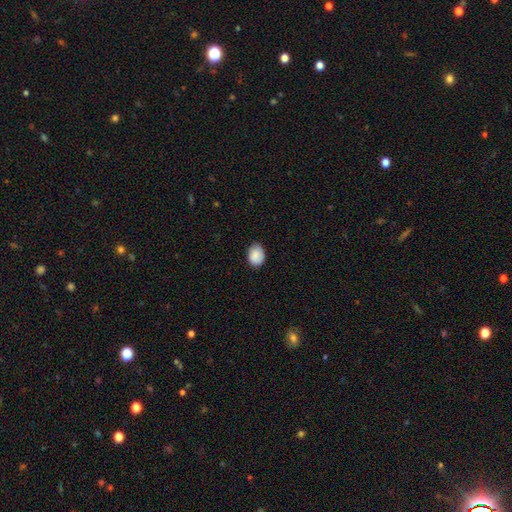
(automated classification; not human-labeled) smooth-or-featured: smooth: 87% | star or artifact: 7% | featured or disk: 6%
  how-rounded: in between: 69% | round: 30% | cigar-shaped: 1%
  merging: none: 81% | minor disturbance: 15% | major disturbance: 2% | merger: 1%